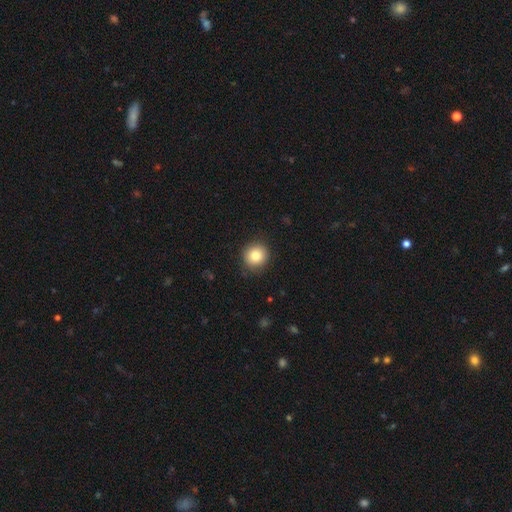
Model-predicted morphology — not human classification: type=smooth (81%); roundness=round (91%); merging=none (89%).